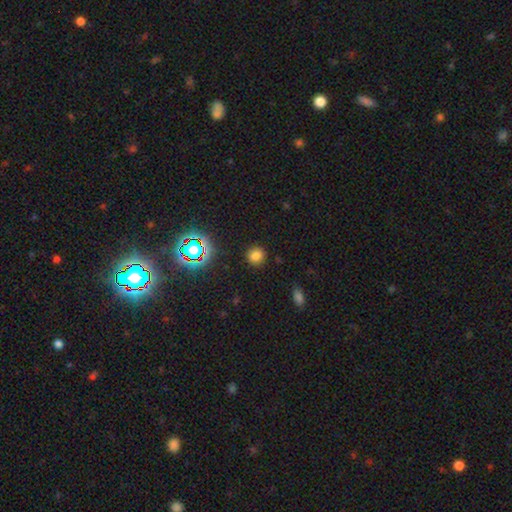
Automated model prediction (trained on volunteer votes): This is likely a smooth galaxy (76%). How rounded: clearly round (86%). Merging: clearly none (88%).